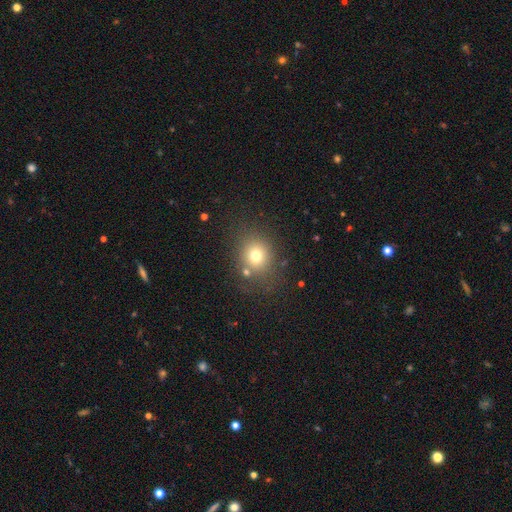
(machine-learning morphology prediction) type=smooth (71%); roundness=round (75%); merging=none (75%).